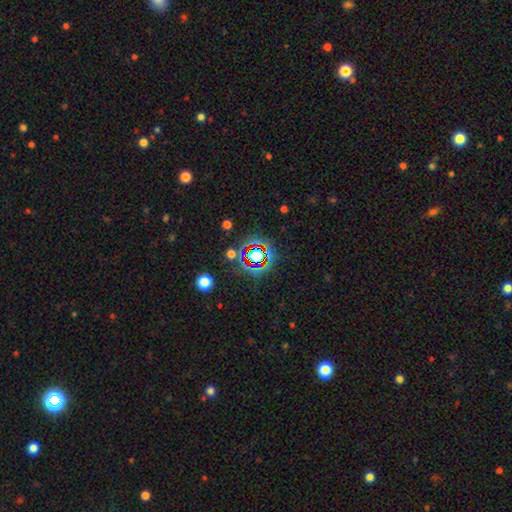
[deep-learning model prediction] This is likely a star or artifact rather than a galaxy (67%).